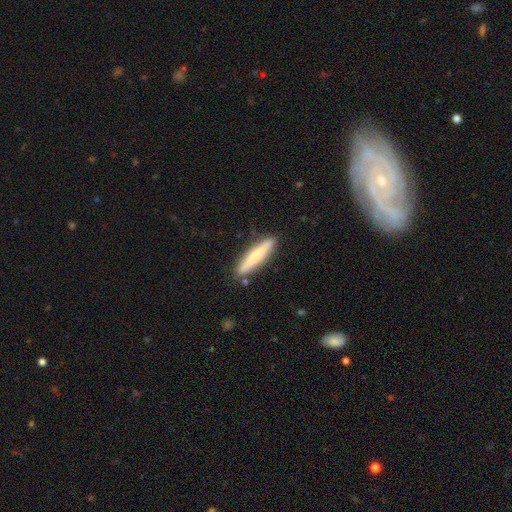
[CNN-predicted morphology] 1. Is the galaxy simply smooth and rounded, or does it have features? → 68% smooth, 27% featured or disk, 6% star or artifact.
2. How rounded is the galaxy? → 90% cigar-shaped, 9% in between, 1% round.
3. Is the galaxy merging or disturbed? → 86% none, 9% minor disturbance, 2% merger, 2% major disturbance.